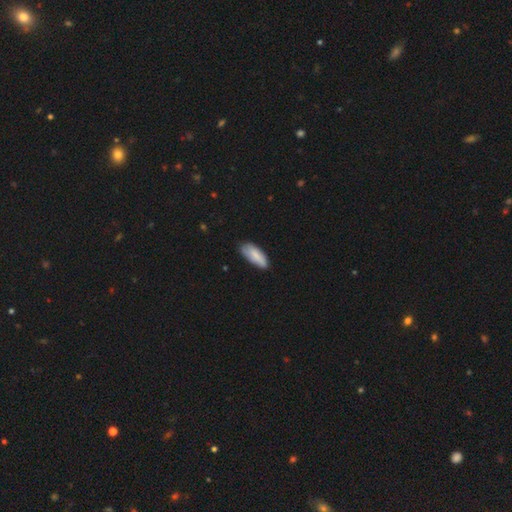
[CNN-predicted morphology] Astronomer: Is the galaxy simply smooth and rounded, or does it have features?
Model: smooth — 82%.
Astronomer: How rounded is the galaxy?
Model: in between — 76%.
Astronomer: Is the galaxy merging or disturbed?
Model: none — 69%.